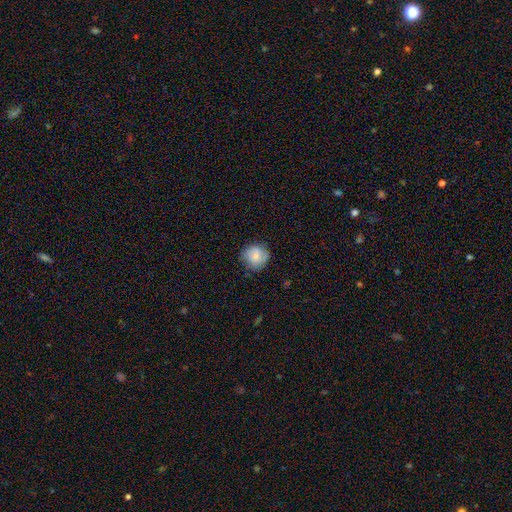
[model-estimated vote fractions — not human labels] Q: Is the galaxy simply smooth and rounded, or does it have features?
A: smooth — 72%.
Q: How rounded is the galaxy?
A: round — 88%.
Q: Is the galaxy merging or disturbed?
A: none — 74%.